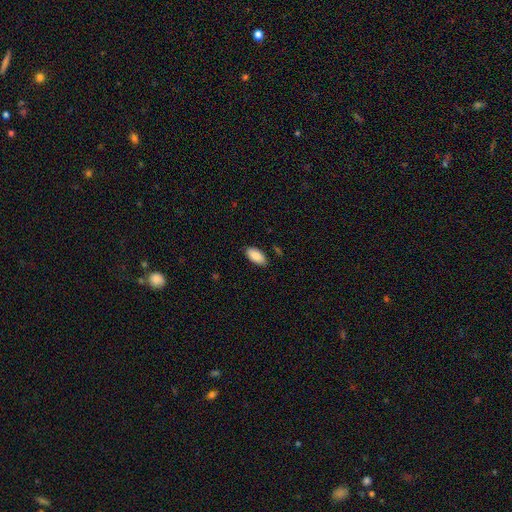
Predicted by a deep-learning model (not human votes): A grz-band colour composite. It shows a smooth galaxy with no disk features (89%) that is in between round and cigar-shaped (93%). Merging: none (85%).